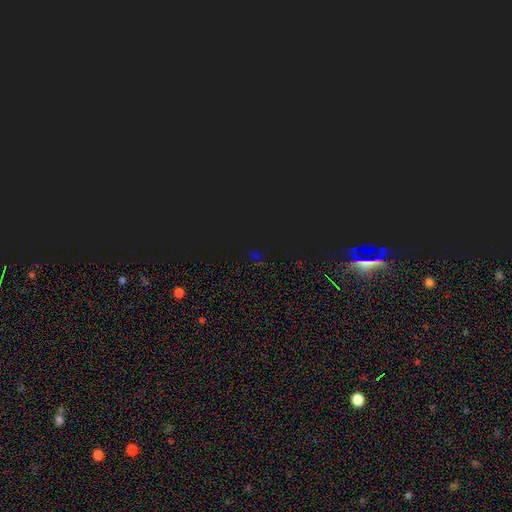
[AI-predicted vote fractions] The model was most divided on "smooth or featured": star or artifact: 76%, smooth: 18%, featured or disk: 7%.